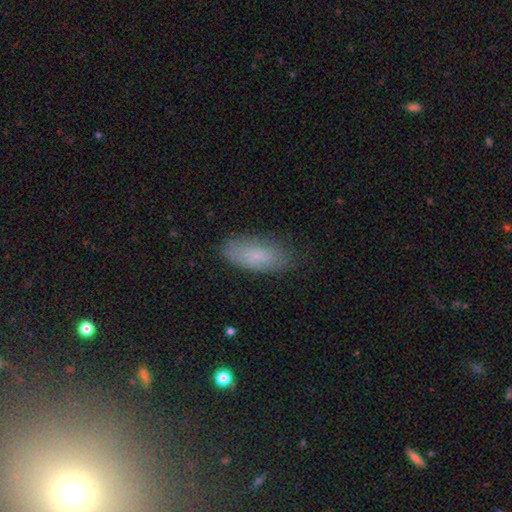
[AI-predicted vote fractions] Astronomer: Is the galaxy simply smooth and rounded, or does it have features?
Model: smooth — 77%.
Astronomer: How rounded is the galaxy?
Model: in between — 82%.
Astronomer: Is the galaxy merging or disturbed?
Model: none — 76%.